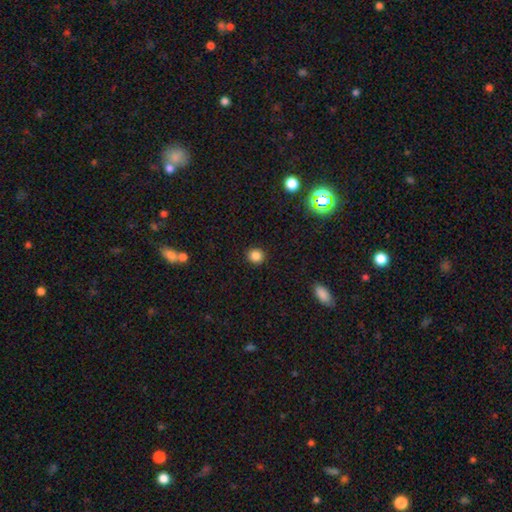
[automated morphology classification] Q: Smooth or featured?
A: smooth (84%); runner-up: star or artifact (13%)
Q: How rounded?
A: round (89%); runner-up: in between (10%)
Q: Merging?
A: none (92%); runner-up: minor disturbance (5%)